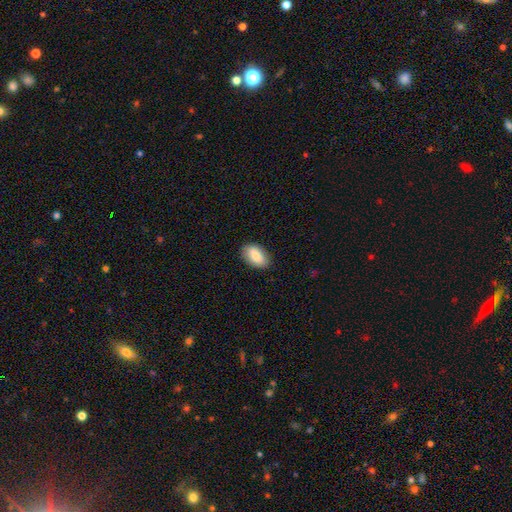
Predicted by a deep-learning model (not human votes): Smooth or featured: smooth — 85% (featured or disk — 9%)
How rounded: in between — 93% (round — 6%)
Merging: none — 86% (minor disturbance — 10%)